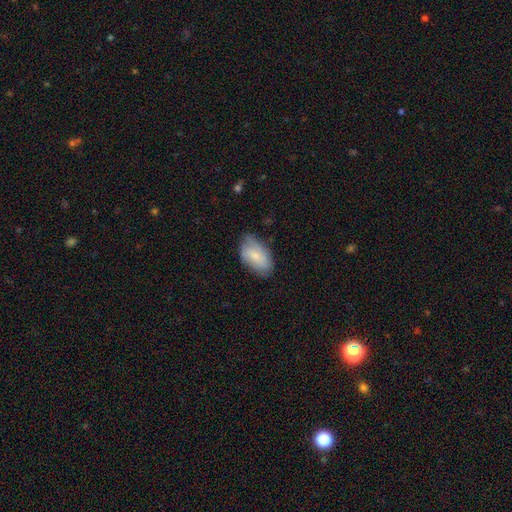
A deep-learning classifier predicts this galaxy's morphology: A smooth galaxy with no disk features (67%) that is in between round and cigar-shaped (93%).

Vote fractions:
- Smooth or featured? smooth: 67% / featured or disk: 27% / star or artifact: 7%
- How rounded? in between: 93% / round: 5% / cigar-shaped: 2%
- Merging? none: 67% / minor disturbance: 26% / major disturbance: 5% / merger: 1%